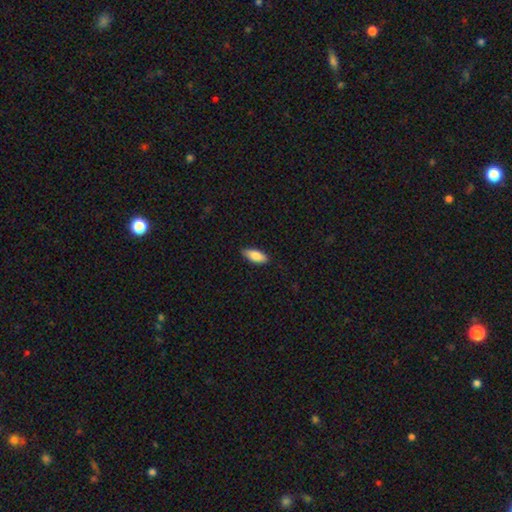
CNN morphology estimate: Smooth or featured: smooth — 85% (featured or disk — 10%)
How rounded: in between — 80% (cigar-shaped — 18%)
Merging: none — 85% (minor disturbance — 12%)